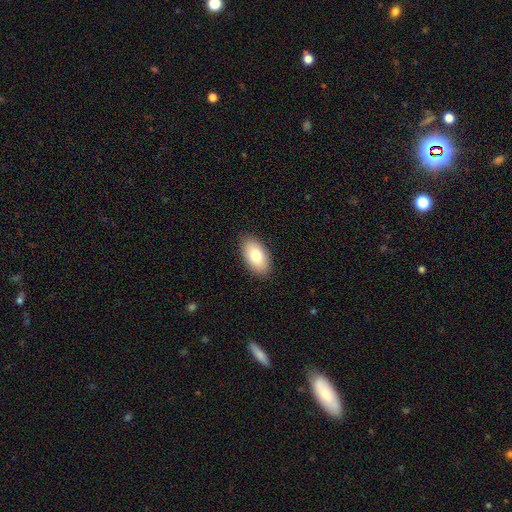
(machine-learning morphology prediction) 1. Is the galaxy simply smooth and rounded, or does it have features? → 77% smooth, 16% featured or disk, 7% star or artifact.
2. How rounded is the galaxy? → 94% in between, 4% round, 2% cigar-shaped.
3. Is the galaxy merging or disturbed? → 89% none, 8% minor disturbance, 2% major disturbance, 1% merger.